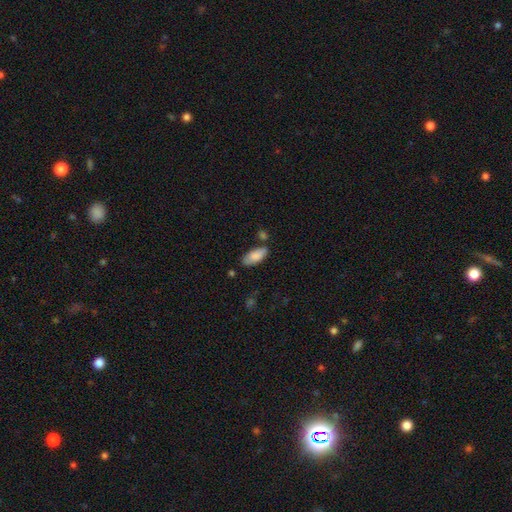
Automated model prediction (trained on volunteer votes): Smooth or featured?
  - smooth: 84% *
  - featured or disk: 10%
  - star or artifact: 6%
How rounded?
  - in between: 87% *
  - cigar-shaped: 11%
  - round: 2%
Merging?
  - none: 72% *
  - minor disturbance: 17%
  - merger: 7%
  - major disturbance: 4%